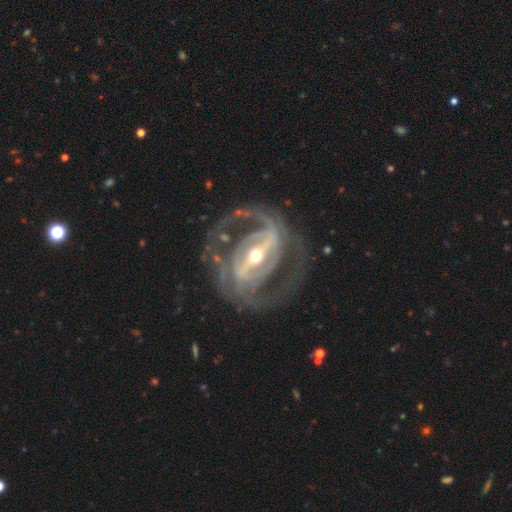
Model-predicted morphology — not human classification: This appears to be a featured or disk galaxy (92%) with a strong bar (72%), 2 (80%) medium (49%) spiral arms (97%) and a moderate central bulge (52%). Merging: none (73%).